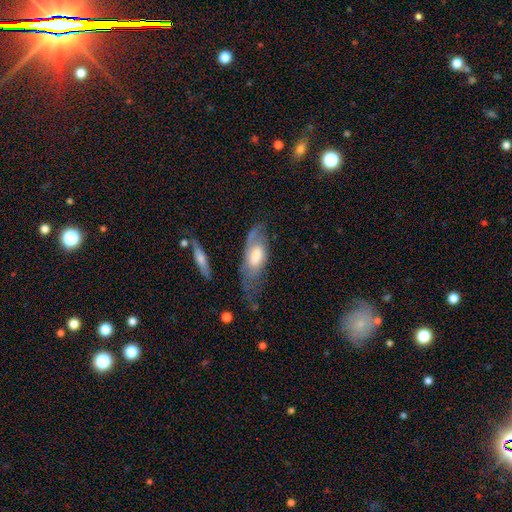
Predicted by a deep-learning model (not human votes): Overall: featured or disk (54%; smooth 40%). Edge-on disk: no (79%). Merging: none (44%; minor disturbance 29%).